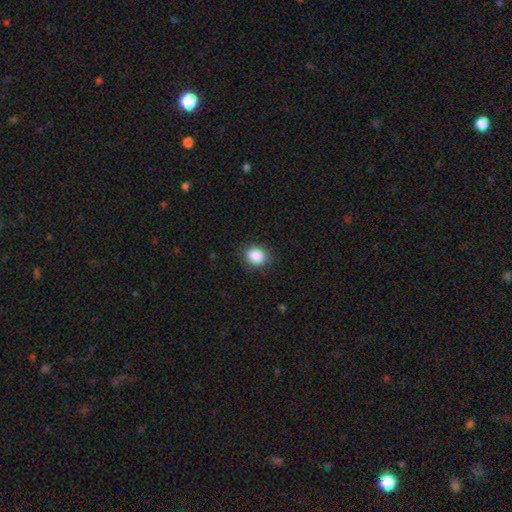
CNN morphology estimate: type=smooth (88%); roundness=round (62%); merging=none (86%).